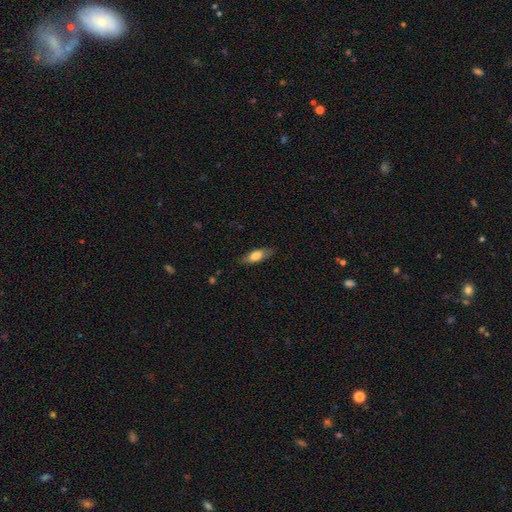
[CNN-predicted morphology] Smooth or featured? Predicted: smooth (p=0.68). How rounded? Predicted: in between (p=0.63). Merging? Predicted: none (p=0.82).